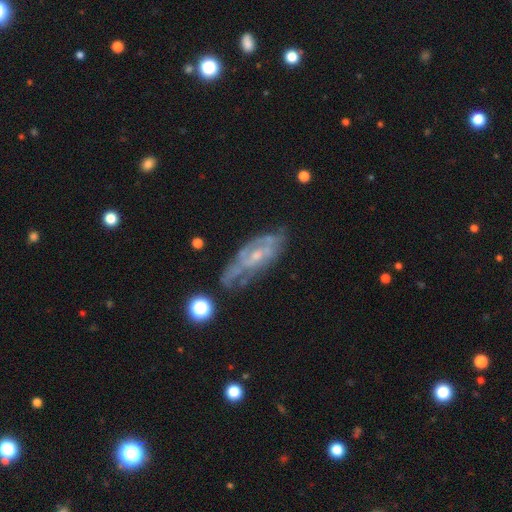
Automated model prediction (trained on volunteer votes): smooth_or_featured: featured or disk (p=0.76) [alt: smooth p=0.16]
disk_edge_on: no (p=0.85) [alt: yes p=0.15]
bar: no (p=0.53) [alt: weak p=0.37]
has_spiral_arms: yes (p=0.74) [alt: no p=0.26]
bulge_size: small (p=0.63) [alt: moderate p=0.29]
merging: none (p=0.58) [alt: minor disturbance p=0.25]